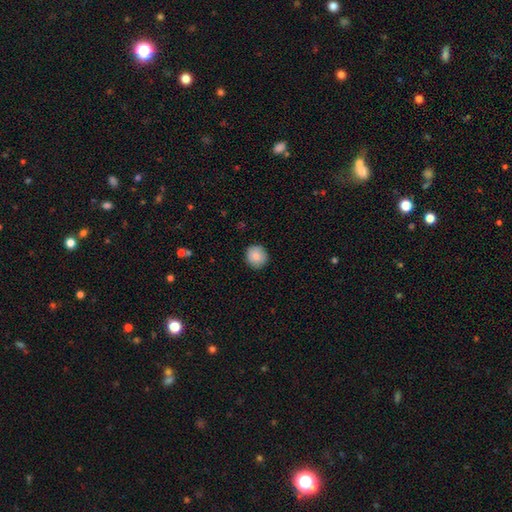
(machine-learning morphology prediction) smooth 87%, star or artifact 7%, featured or disk 6%. Down the decision tree: how rounded — round (91%); merging — none (90%).